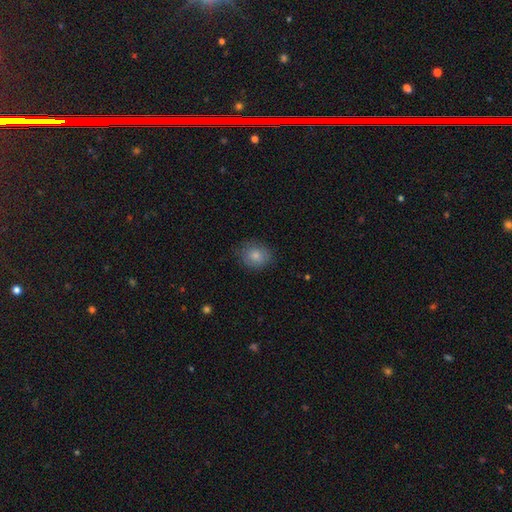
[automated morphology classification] Smooth or featured?
  - smooth: 83% *
  - featured or disk: 10%
  - star or artifact: 8%
How rounded?
  - round: 60% *
  - in between: 39%
  - cigar-shaped: 1%
Merging?
  - none: 76% *
  - minor disturbance: 18%
  - major disturbance: 4%
  - merger: 1%